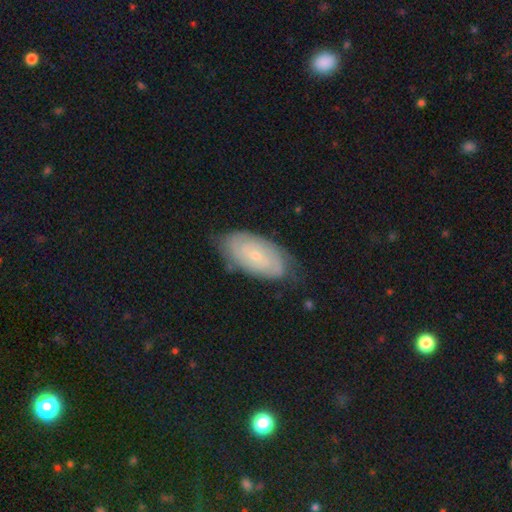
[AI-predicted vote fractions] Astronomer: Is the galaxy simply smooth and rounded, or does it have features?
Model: featured or disk — 66%.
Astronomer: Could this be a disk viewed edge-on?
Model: no — 94%.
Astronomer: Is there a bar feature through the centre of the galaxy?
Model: no — 70%.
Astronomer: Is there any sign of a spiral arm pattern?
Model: yes — 86%.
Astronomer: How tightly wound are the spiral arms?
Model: tight — 71%.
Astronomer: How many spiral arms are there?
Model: can't tell — 45% (runner-up: 2, 37%).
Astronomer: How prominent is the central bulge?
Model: small — 75%.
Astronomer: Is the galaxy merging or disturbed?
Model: none — 74%.